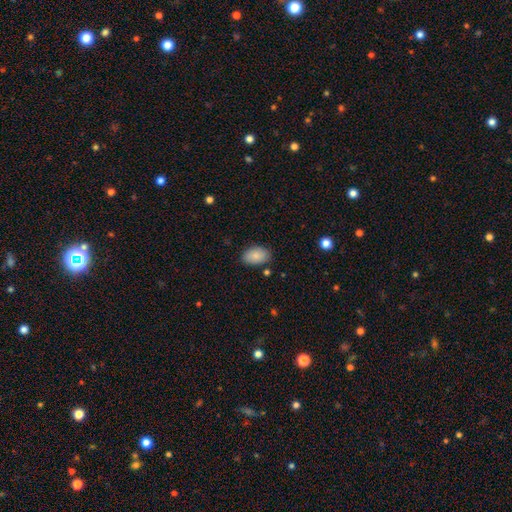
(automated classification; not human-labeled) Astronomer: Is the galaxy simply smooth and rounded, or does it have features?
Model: smooth — 85%.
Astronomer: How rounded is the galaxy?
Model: in between — 91%.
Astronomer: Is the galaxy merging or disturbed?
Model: none — 83%.